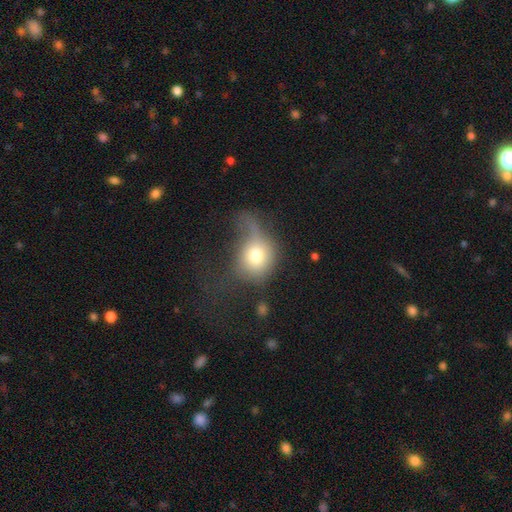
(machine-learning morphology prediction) This appears to be a smooth galaxy with no disk features (70%) that is round (71%). Merging: major disturbance (50%).